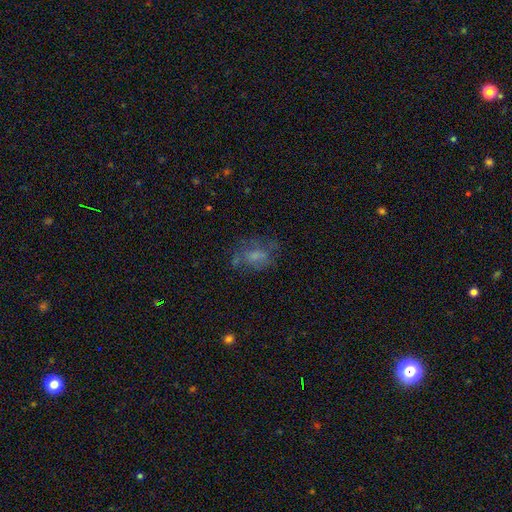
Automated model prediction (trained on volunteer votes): The model was most divided on "smooth or featured": smooth: 54%, featured or disk: 32%, star or artifact: 14%. More confident: how rounded — in between (65%); merging — none (51%).